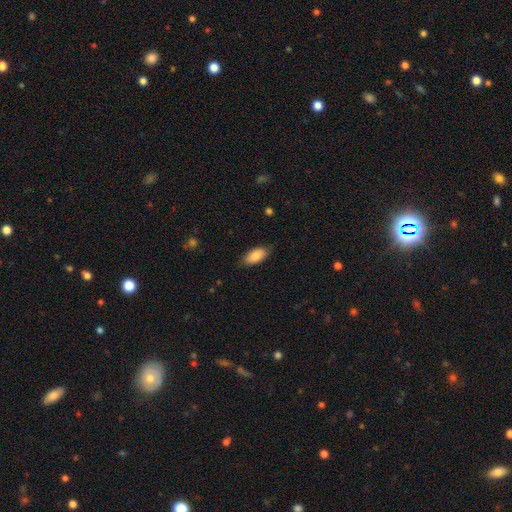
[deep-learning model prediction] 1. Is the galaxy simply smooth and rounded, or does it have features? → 86% smooth, 8% featured or disk, 6% star or artifact.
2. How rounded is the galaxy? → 91% in between, 7% cigar-shaped, 2% round.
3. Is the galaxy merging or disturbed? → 81% none, 15% minor disturbance, 3% major disturbance, 1% merger.